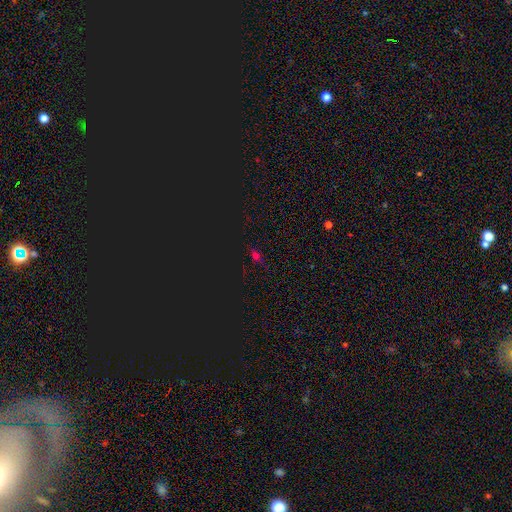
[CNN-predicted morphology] A star or artifact, not a galaxy (50%).

Vote fractions:
- Smooth or featured? star or artifact: 50% / smooth: 37% / featured or disk: 13%